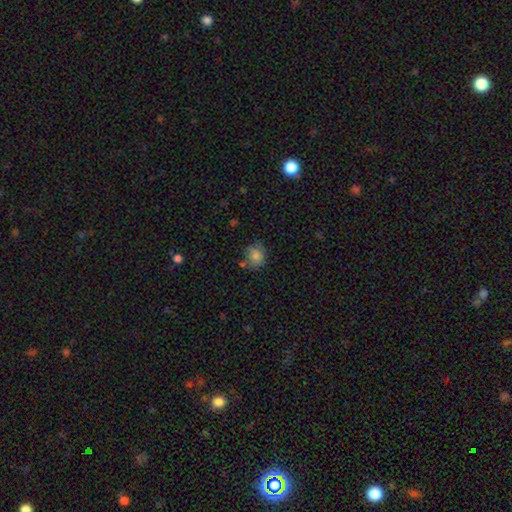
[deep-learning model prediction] Smooth or featured?
  - smooth: 82% *
  - star or artifact: 10%
  - featured or disk: 8%
How rounded?
  - round: 72% *
  - in between: 27%
  - cigar-shaped: 1%
Merging?
  - none: 67% *
  - minor disturbance: 19%
  - merger: 8%
  - major disturbance: 5%